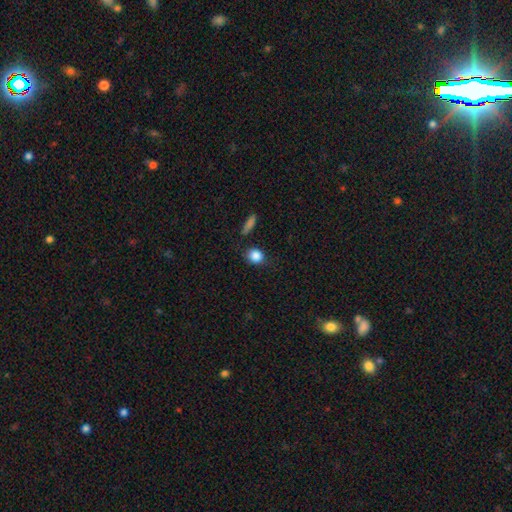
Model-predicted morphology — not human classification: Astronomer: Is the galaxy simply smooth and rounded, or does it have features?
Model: smooth — 86%.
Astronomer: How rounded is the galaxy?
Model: round — 72%.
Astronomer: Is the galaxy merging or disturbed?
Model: none — 80%.